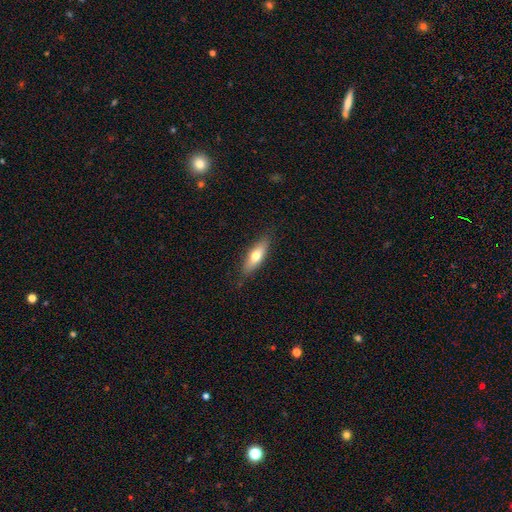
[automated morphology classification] This appears to be a smooth galaxy with no disk features (64%) that is in between round and cigar-shaped (53%). Merging: none (84%).